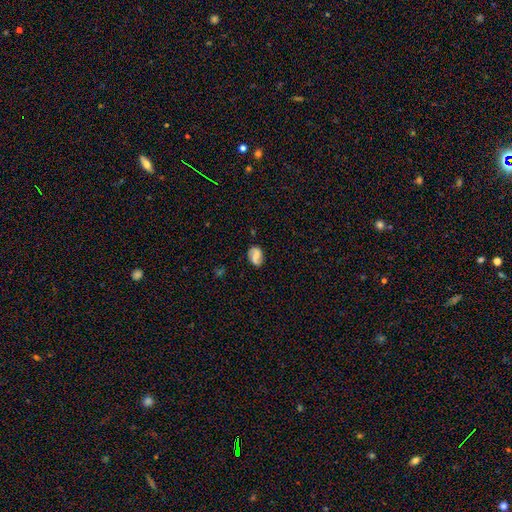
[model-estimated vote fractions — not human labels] featured or disk 48%, smooth 42%, star or artifact 10%. Down the decision tree: merging — none (74%).